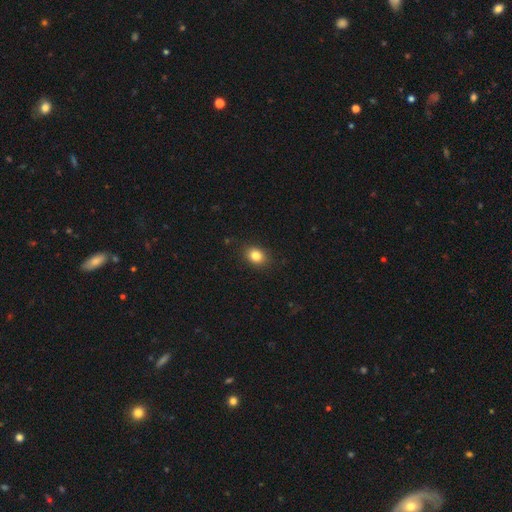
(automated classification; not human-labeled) A smooth galaxy with no disk features (83%) that is in between round and cigar-shaped (54%). Merging: none (88%).